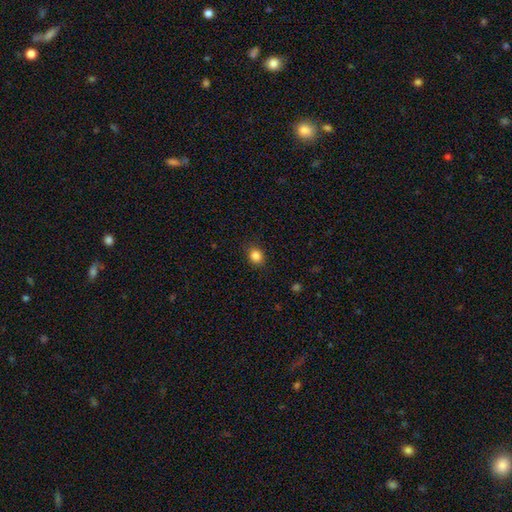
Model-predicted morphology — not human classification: smooth-or-featured: smooth: 85% | star or artifact: 11% | featured or disk: 4%
  how-rounded: round: 70% | in between: 29% | cigar-shaped: 1%
  merging: none: 88% | minor disturbance: 9% | major disturbance: 2% | merger: 1%